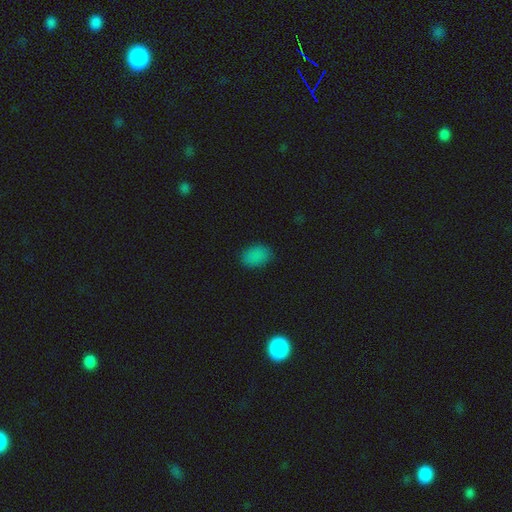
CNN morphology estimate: Overall: smooth (84%). How rounded: in between (83%). Merging: none (84%).